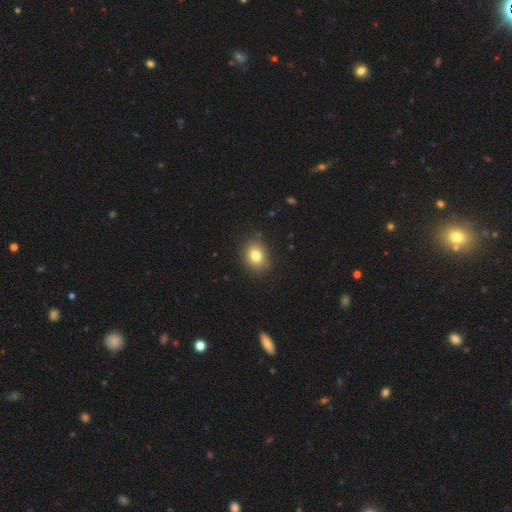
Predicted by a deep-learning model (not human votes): Smooth or featured? Predicted: smooth (p=0.80). How rounded? Predicted: round (p=0.52). Merging? Predicted: none (p=0.85).